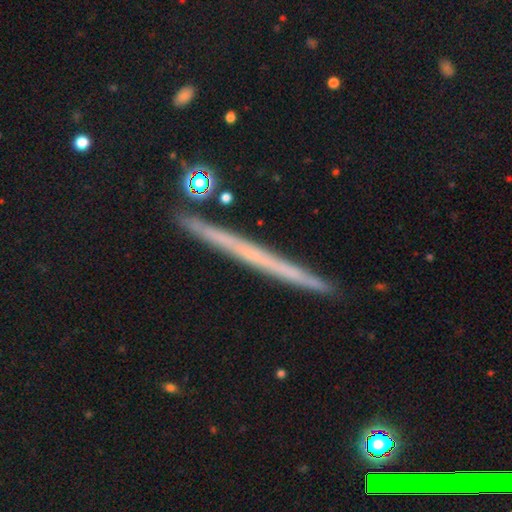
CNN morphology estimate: type=featured or disk (55%); edge-on=yes (96%); edge-on bulge=none (89%); merging=none (90%).